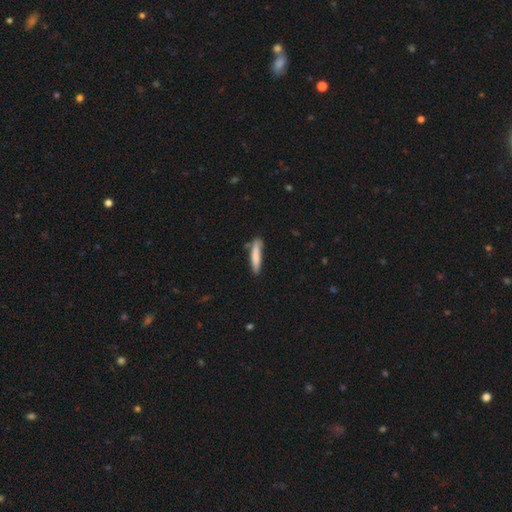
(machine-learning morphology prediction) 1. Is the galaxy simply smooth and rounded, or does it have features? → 79% smooth, 15% featured or disk, 6% star or artifact.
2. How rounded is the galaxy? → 89% cigar-shaped, 10% in between, 1% round.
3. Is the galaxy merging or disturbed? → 74% none, 18% minor disturbance, 4% merger, 3% major disturbance.